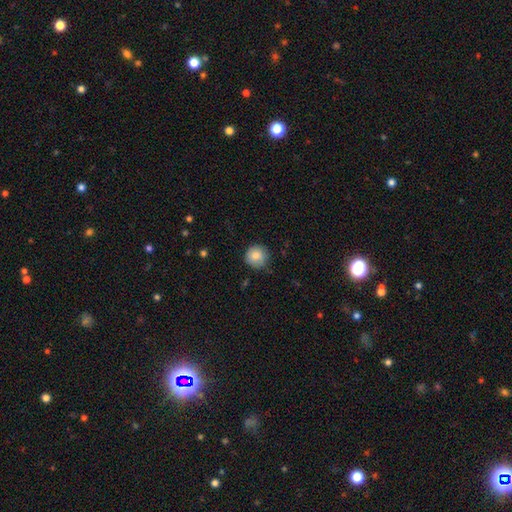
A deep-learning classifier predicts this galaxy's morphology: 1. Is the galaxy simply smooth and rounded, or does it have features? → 84% smooth, 8% star or artifact, 8% featured or disk.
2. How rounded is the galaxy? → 94% round, 5% in between, 1% cigar-shaped.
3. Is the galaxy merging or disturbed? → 80% none, 16% minor disturbance, 3% major disturbance, 1% merger.